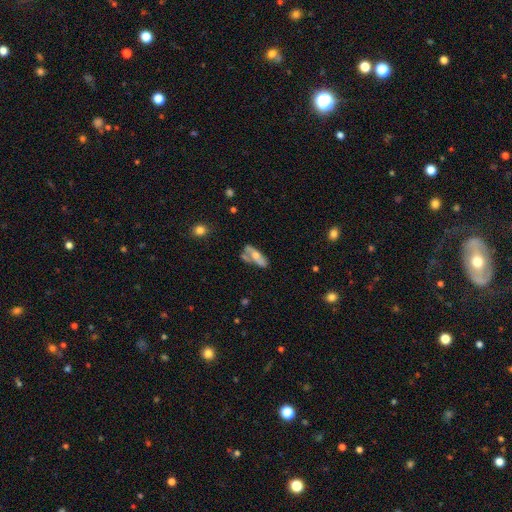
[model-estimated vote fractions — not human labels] Smooth or featured? Predicted: smooth (p=0.46, tied with featured or disk). Merging? Predicted: none (p=0.43).